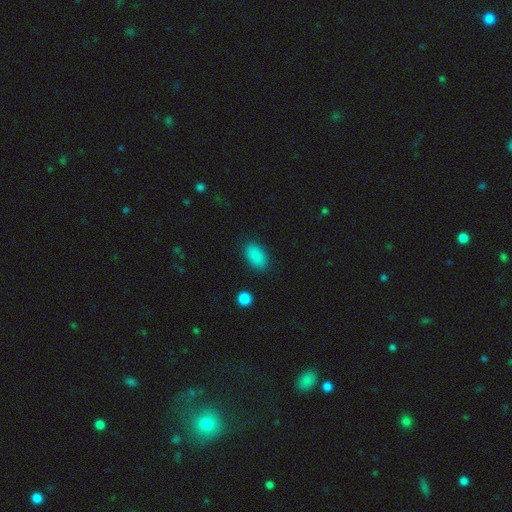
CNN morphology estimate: A smooth galaxy with no disk features (88%) that is in between round and cigar-shaped (92%). Merging: none (87%).